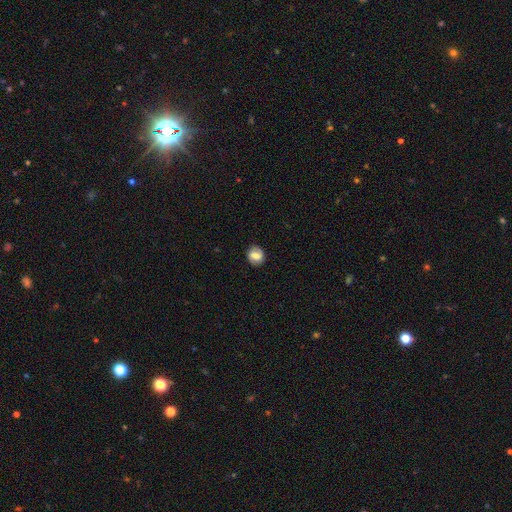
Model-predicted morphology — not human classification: This appears to be a smooth galaxy with no disk features (61%) that is round (67%). Merging: none (85%).